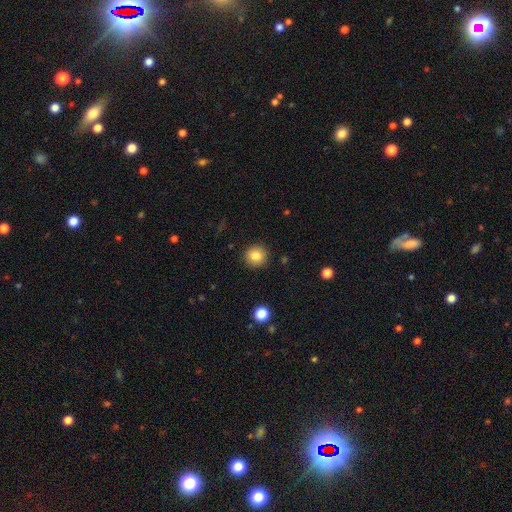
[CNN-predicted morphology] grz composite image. It shows a smooth galaxy with no disk features (83%) that is round (93%). Merging: none (91%).